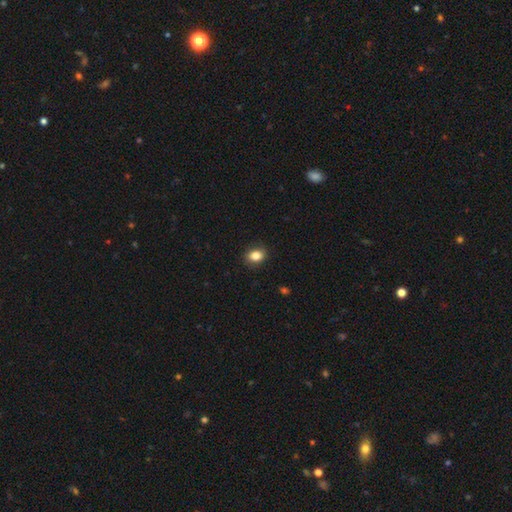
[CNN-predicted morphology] Q: Smooth or featured?
A: smooth (84%); runner-up: star or artifact (9%)
Q: How rounded?
A: in between (58%); runner-up: round (41%)
Q: Merging?
A: none (86%); runner-up: minor disturbance (11%)